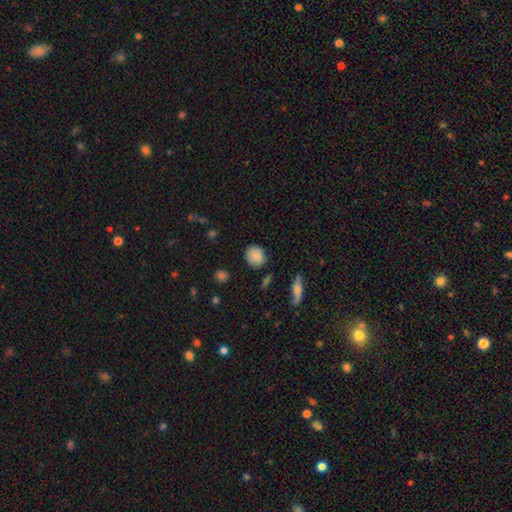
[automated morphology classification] Smooth or featured: smooth — 85% (star or artifact — 8%)
How rounded: round — 69% (in between — 30%)
Merging: none — 82% (minor disturbance — 13%)